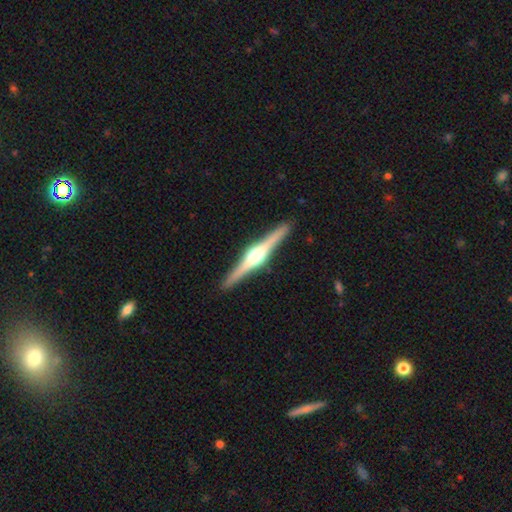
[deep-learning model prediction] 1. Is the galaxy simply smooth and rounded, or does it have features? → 83% featured or disk, 13% smooth, 5% star or artifact.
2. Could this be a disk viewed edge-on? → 98% yes, 2% no.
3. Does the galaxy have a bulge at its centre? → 93% rounded, 5% boxy, 2% none.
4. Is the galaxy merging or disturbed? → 92% none, 6% minor disturbance, 1% major disturbance, 1% merger.